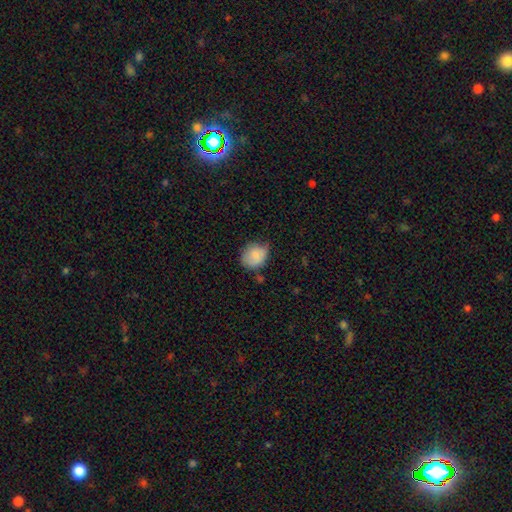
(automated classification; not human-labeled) smooth_or_featured: smooth (p=0.83) [alt: featured or disk p=0.09]
how_rounded: round (p=0.53) [alt: in between p=0.46]
merging: none (p=0.51) [alt: minor disturbance p=0.37]